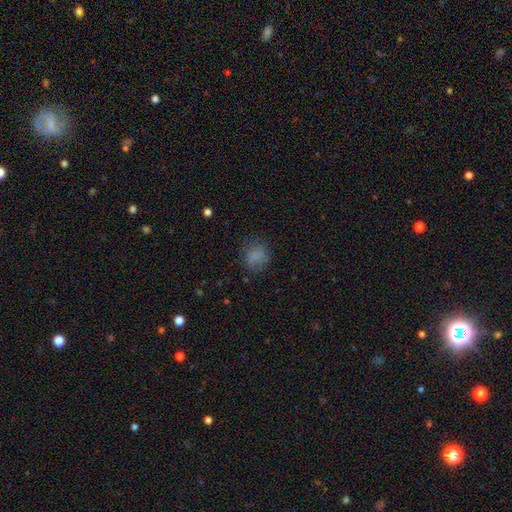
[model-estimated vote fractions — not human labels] smooth 77%, star or artifact 12%, featured or disk 11%. Down the decision tree: how rounded — round (76%); merging — none (71%).